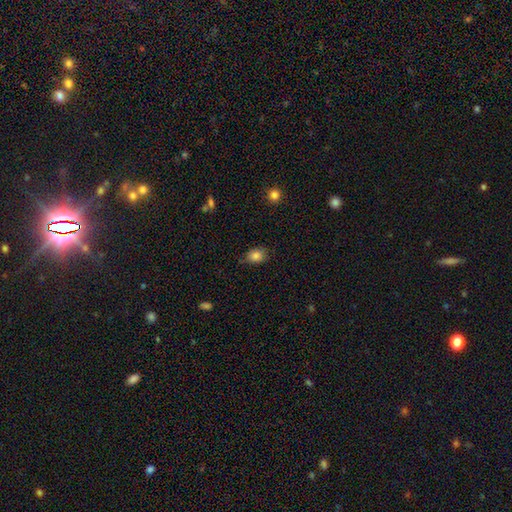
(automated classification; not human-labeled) The model was most divided on "how rounded": in between: 59%, round: 40%, cigar-shaped: 1%. More confident: smooth or featured — smooth (85%); merging — none (74%).